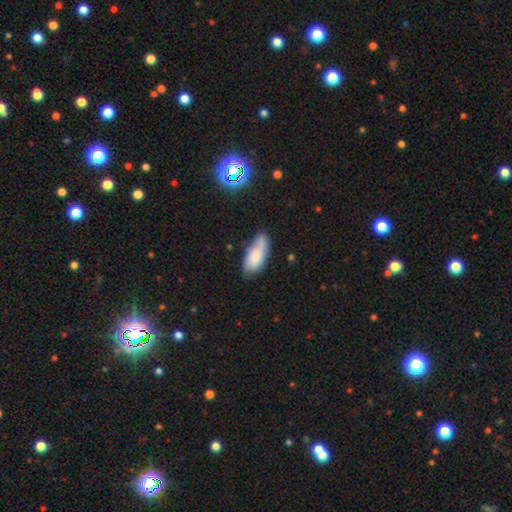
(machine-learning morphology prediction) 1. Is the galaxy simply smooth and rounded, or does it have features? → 74% smooth, 19% featured or disk, 7% star or artifact.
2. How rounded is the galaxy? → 82% in between, 16% cigar-shaped, 2% round.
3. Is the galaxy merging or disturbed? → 58% none, 30% minor disturbance, 7% major disturbance, 4% merger.